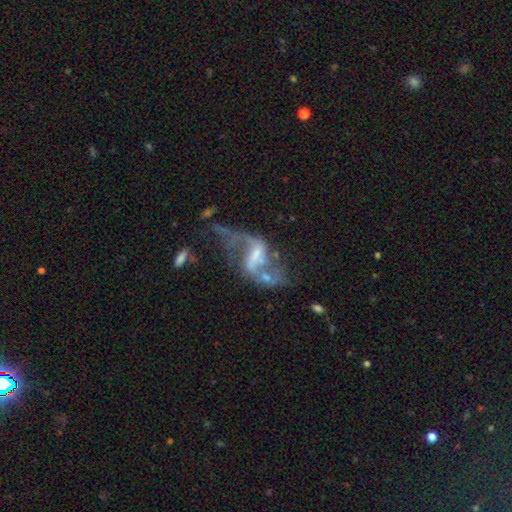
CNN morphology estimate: Smooth or featured? featured or disk (83%)
Edge-on disk? no (97%)
Bar? weak (45%)
Spiral arms? yes (85%)
Spiral winding? loose (81%)
Spiral arm count? 2 (85%)
Bulge size? small (41%)
Merging? none (31%, tied with major disturbance)